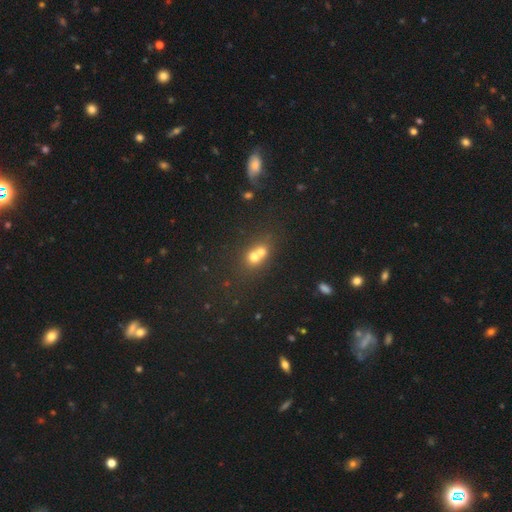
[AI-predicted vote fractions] smooth_or_featured: smooth (p=0.64) [alt: featured or disk p=0.20]
how_rounded: round (p=0.73) [alt: in between p=0.26]
merging: merger (p=0.68) [alt: none p=0.24]